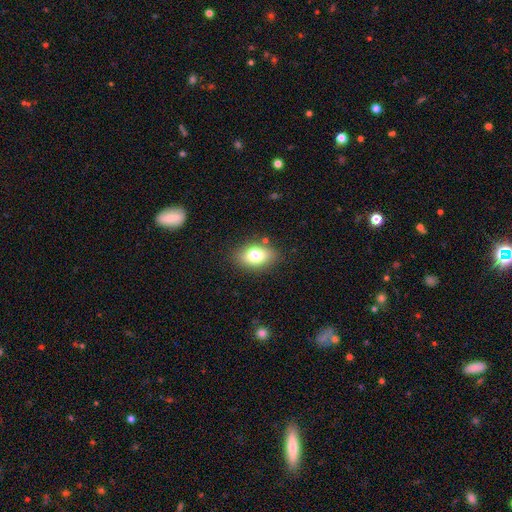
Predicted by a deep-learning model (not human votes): Morphology: type=smooth (72%); roundness=in between (80%); merging=none (79%).